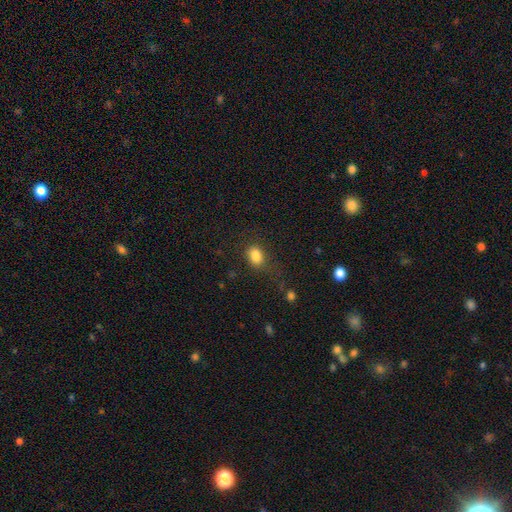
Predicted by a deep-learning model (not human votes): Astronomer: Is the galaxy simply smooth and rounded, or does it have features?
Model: smooth — 84%.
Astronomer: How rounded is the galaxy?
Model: in between — 74%.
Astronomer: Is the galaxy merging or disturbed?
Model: none — 61%.